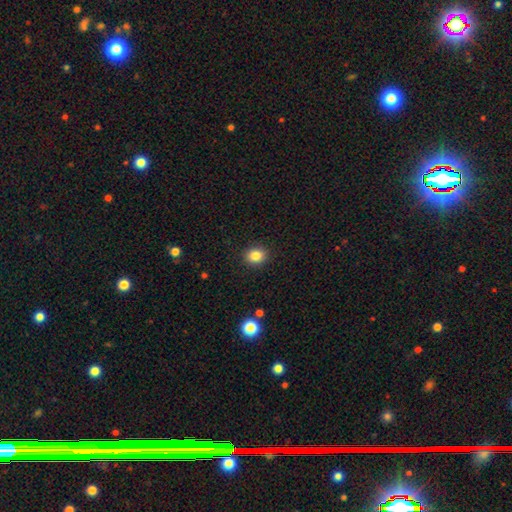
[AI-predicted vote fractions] This is clearly a smooth galaxy (84%). How rounded: likely round (66%). Merging: clearly none (90%).